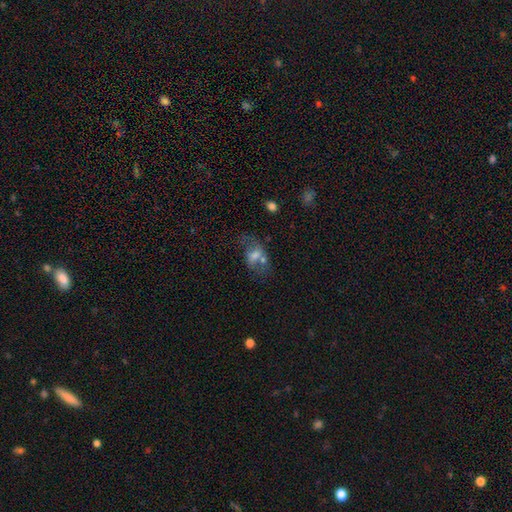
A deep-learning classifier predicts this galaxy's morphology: Smooth or featured: smooth — 46% (featured or disk — 43%)
Merging: none — 32% (merger — 28%)